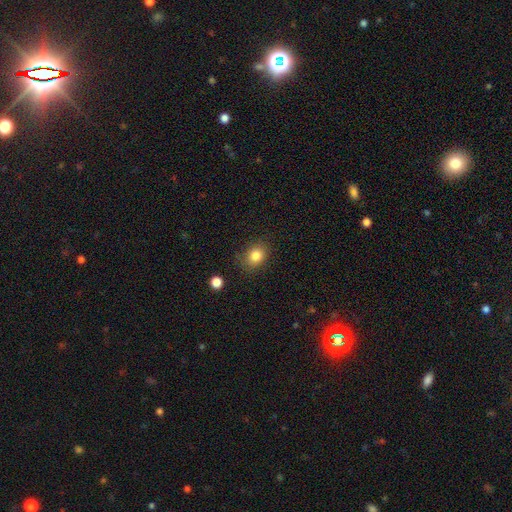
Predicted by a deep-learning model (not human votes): smooth 83%, star or artifact 11%, featured or disk 6%. Down the decision tree: how rounded — round (57%); merging — none (81%).